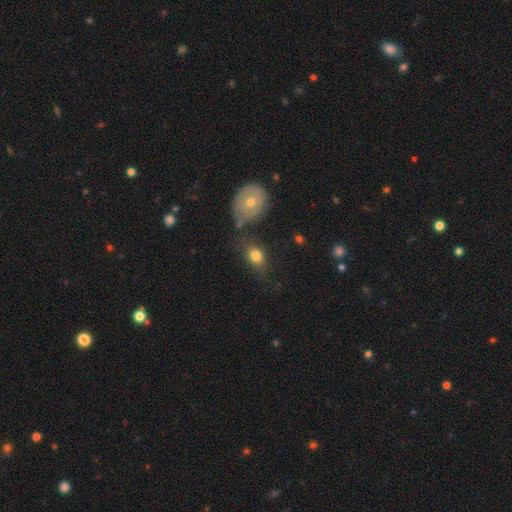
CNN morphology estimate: A smooth galaxy with no disk features (76%) that is in between round and cigar-shaped (72%).

Vote fractions:
- Smooth or featured? smooth: 76% / featured or disk: 15% / star or artifact: 9%
- How rounded? in between: 72% / round: 26% / cigar-shaped: 2%
- Merging? none: 61% / minor disturbance: 18% / merger: 13% / major disturbance: 7%